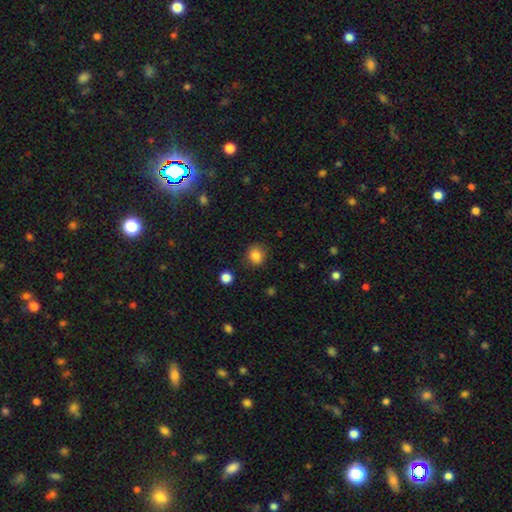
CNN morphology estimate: smooth 85%, star or artifact 11%, featured or disk 5%. Down the decision tree: how rounded — round (78%); merging — none (85%).